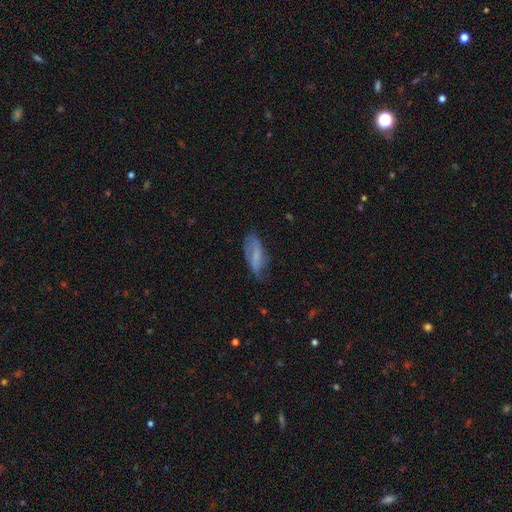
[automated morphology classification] A smooth galaxy with no disk features (55%) that is in between round and cigar-shaped (72%).

Vote fractions:
- Smooth or featured? smooth: 55% / featured or disk: 36% / star or artifact: 9%
- How rounded? in between: 72% / cigar-shaped: 26% / round: 2%
- Merging? none: 53% / minor disturbance: 32% / major disturbance: 13% / merger: 2%